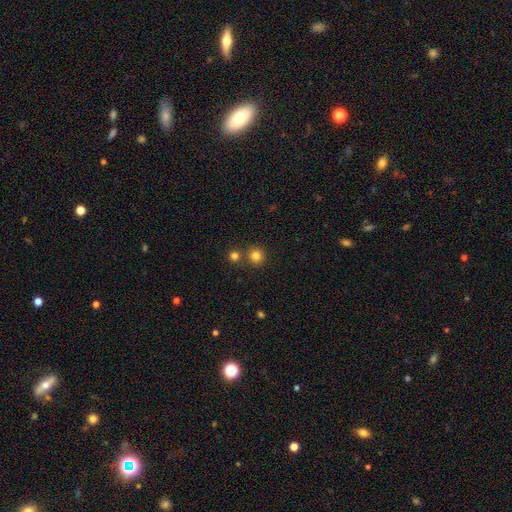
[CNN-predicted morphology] The model was most divided on "merging": none: 74%, merger: 17%, minor disturbance: 7%, major disturbance: 2%. More confident: how rounded — round (92%); smooth or featured — smooth (81%).